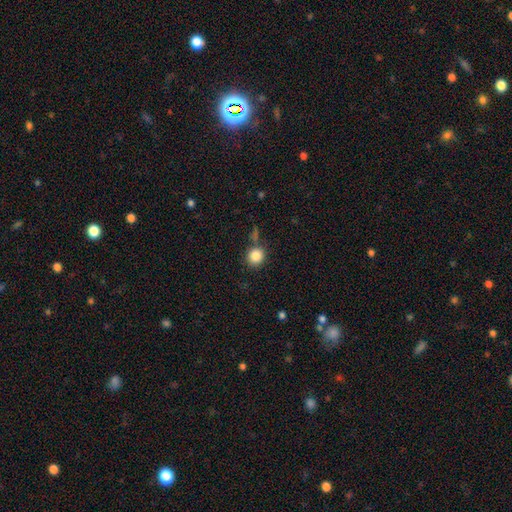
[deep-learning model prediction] This appears to be a smooth galaxy with no disk features (84%) that is round (89%). Merging: none (75%).